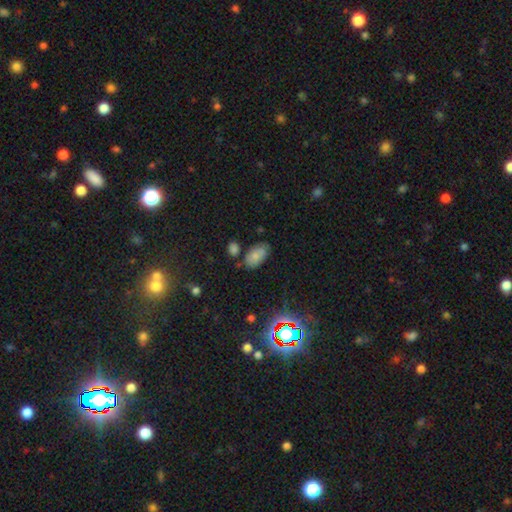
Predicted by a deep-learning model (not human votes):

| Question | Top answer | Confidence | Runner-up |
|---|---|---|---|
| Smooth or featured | smooth | 76% | star or artifact (13%) |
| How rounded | in between | 93% | round (5%) |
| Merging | none | 69% | minor disturbance (19%) |